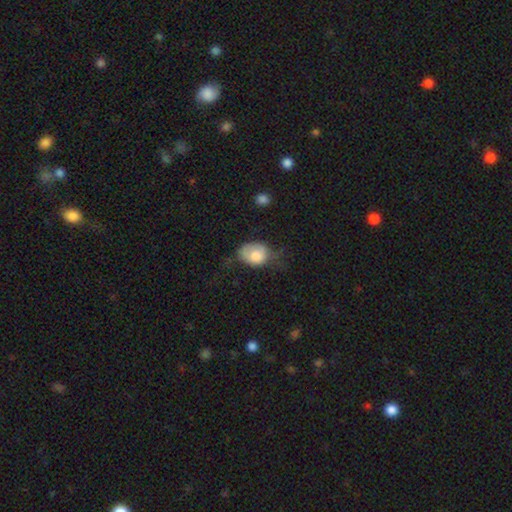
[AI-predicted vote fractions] smooth_or_featured: smooth (p=0.78) [alt: featured or disk p=0.15]
how_rounded: in between (p=0.65) [alt: round p=0.34]
merging: minor disturbance (p=0.39) [alt: none p=0.30]